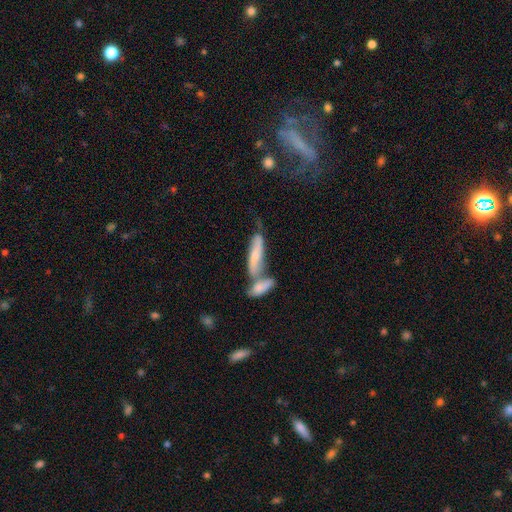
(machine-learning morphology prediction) Smooth or featured? Predicted: smooth (p=0.52). How rounded? Predicted: cigar-shaped (p=0.67). Merging? Predicted: merger (p=0.52).